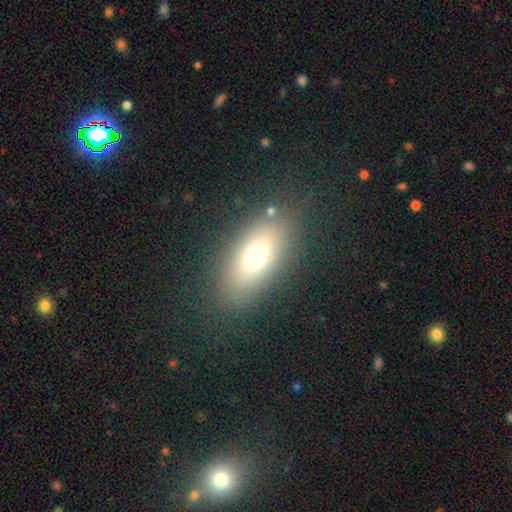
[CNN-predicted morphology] smooth 70%, featured or disk 18%, star or artifact 12%. Down the decision tree: how rounded — in between (82%); merging — none (80%).